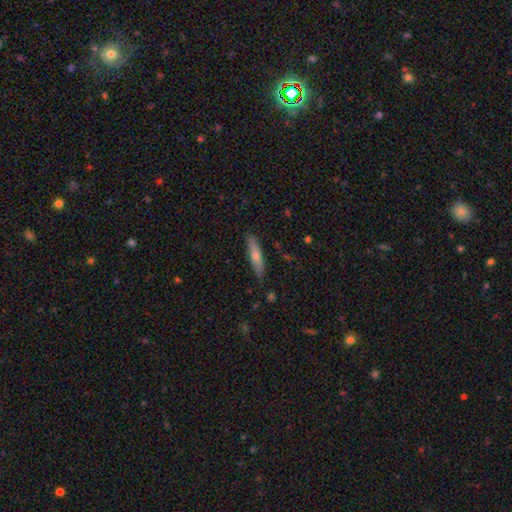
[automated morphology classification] The model was most divided on "smooth or featured": smooth: 57%, featured or disk: 37%, star or artifact: 6%. More confident: merging — none (88%); how rounded — cigar-shaped (84%).